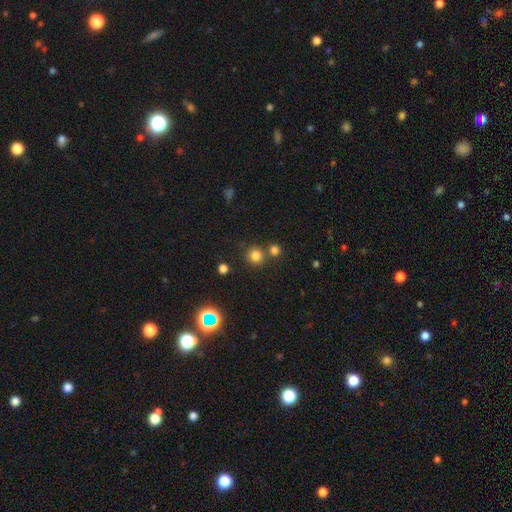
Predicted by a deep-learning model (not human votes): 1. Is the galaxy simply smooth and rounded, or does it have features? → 78% smooth, 16% star or artifact, 5% featured or disk.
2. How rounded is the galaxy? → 92% round, 7% in between, 1% cigar-shaped.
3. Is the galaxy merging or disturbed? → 74% none, 16% merger, 7% minor disturbance, 3% major disturbance.